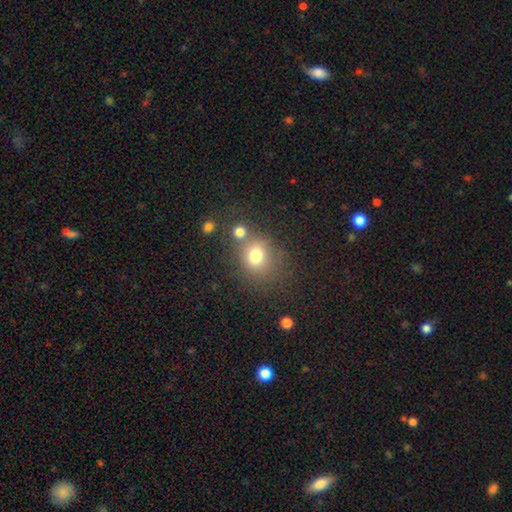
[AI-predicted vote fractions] A smooth galaxy with no disk features (74%) that is round (73%). Merging: none (61%).